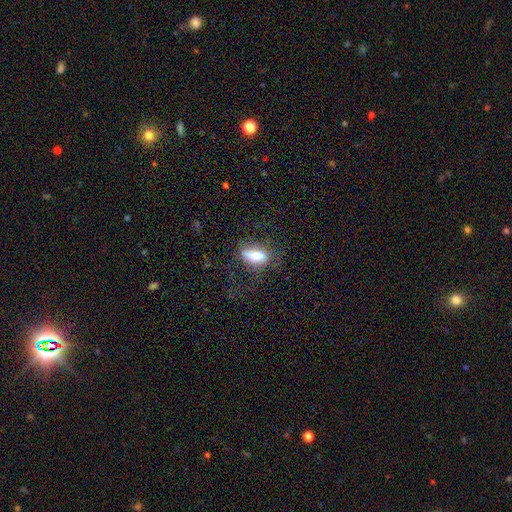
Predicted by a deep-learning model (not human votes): A smooth galaxy with no disk features (66%) that is in between round and cigar-shaped (73%). Merging: none (56%).